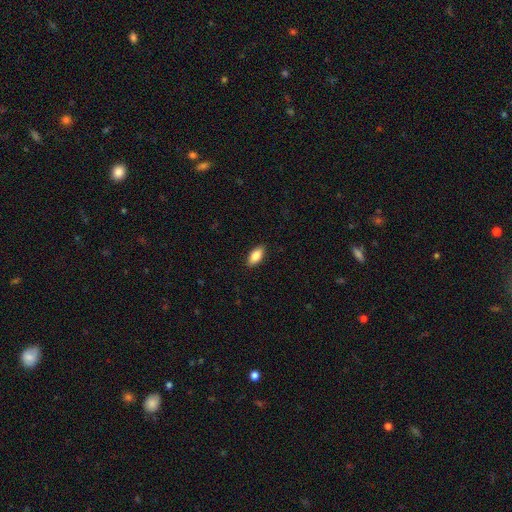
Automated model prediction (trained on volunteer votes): Overall: smooth (84%). How rounded: in between (89%). Merging: none (89%).